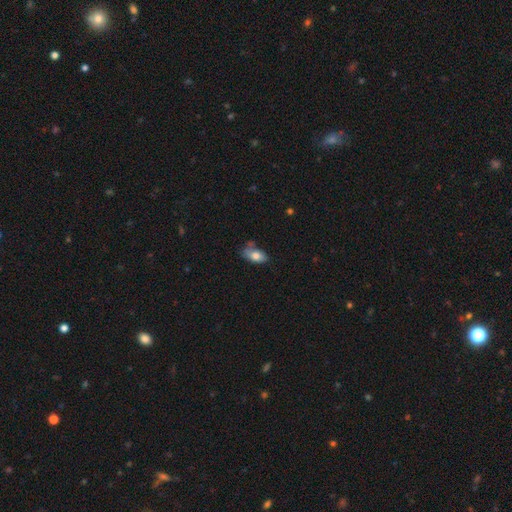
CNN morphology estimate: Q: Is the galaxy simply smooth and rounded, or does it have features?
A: smooth — 76%.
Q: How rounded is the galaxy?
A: in between — 91%.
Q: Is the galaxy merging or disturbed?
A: none — 47%.